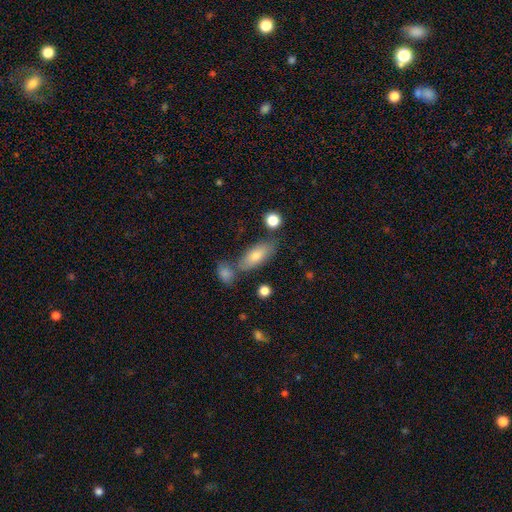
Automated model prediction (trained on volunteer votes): A smooth galaxy with no disk features (73%) that is in between round and cigar-shaped (72%). Merging: none (67%).